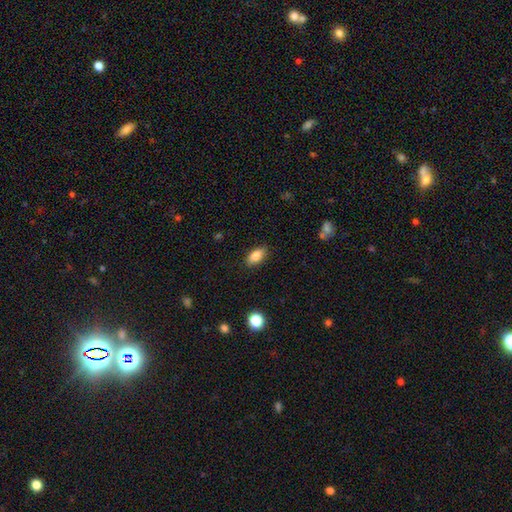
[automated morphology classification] This appears to be a smooth galaxy with no disk features (85%) that is in between round and cigar-shaped (90%). Merging: none (86%).